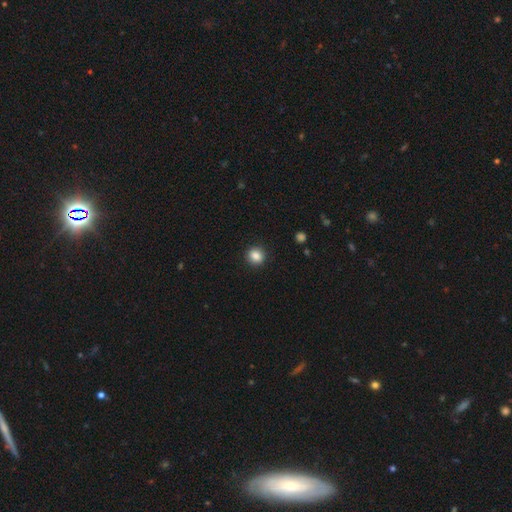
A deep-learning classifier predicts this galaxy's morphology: This appears to be a smooth galaxy with no disk features (85%) that is round (84%). Merging: none (91%).